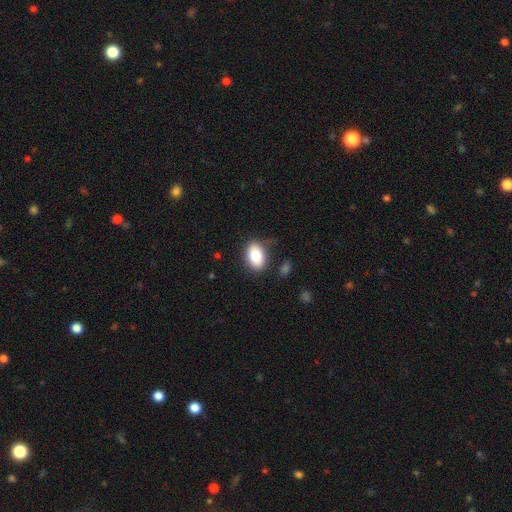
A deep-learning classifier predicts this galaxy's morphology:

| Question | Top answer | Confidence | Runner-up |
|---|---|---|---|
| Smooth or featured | smooth | 81% | featured or disk (11%) |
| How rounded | in between | 86% | round (12%) |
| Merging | none | 78% | minor disturbance (15%) |